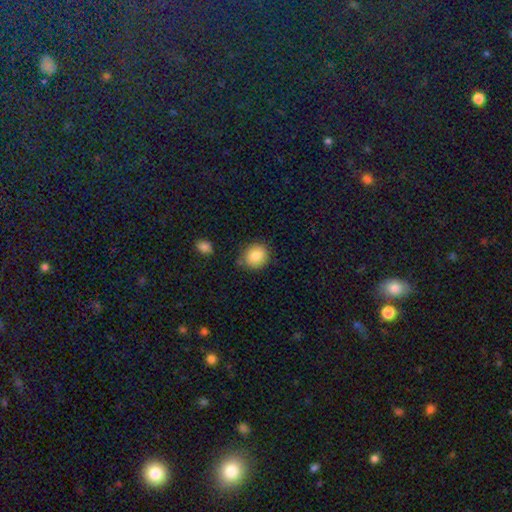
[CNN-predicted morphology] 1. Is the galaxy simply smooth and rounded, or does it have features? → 85% smooth, 9% star or artifact, 6% featured or disk.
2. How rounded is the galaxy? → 80% round, 19% in between, 1% cigar-shaped.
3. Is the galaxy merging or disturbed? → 78% none, 15% minor disturbance, 4% merger, 3% major disturbance.